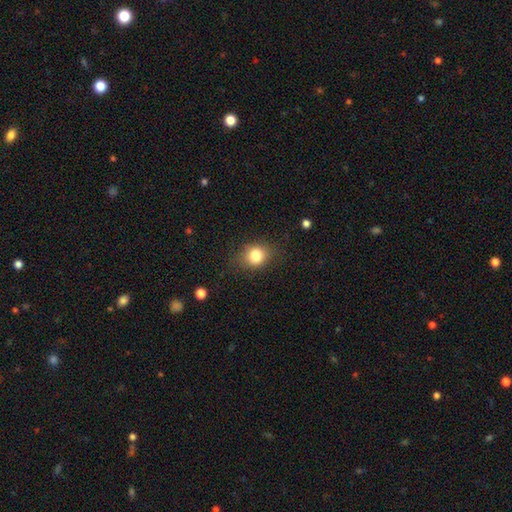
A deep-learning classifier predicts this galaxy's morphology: Smooth or featured?
  - smooth: 81% *
  - star or artifact: 11%
  - featured or disk: 9%
How rounded?
  - round: 61% *
  - in between: 38%
  - cigar-shaped: 1%
Merging?
  - none: 76% *
  - minor disturbance: 16%
  - major disturbance: 6%
  - merger: 1%